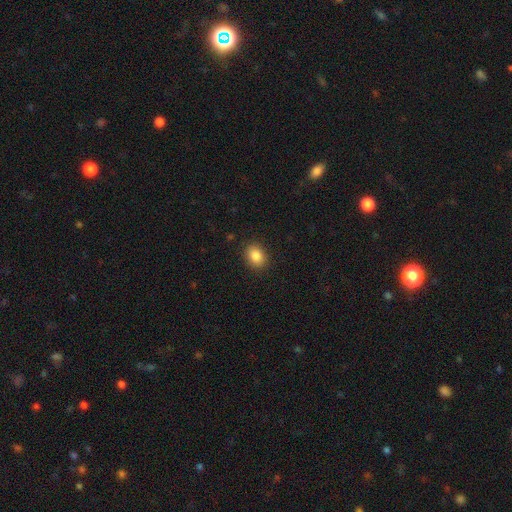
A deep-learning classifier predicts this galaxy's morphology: This is clearly a smooth galaxy (86%). How rounded: likely in between (63%). Merging: clearly none (89%).